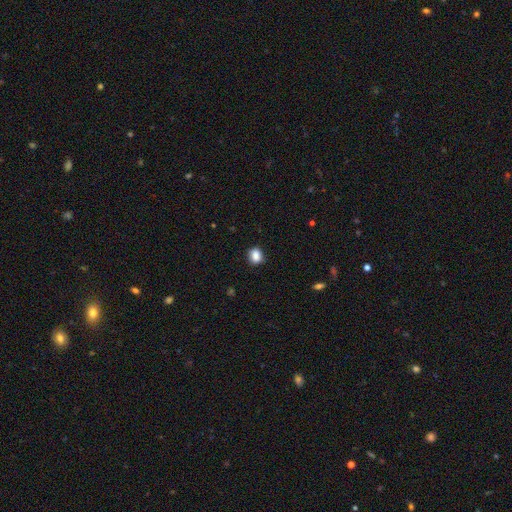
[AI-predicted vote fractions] Morphology: type=smooth (86%); roundness=round (51%); merging=none (82%).